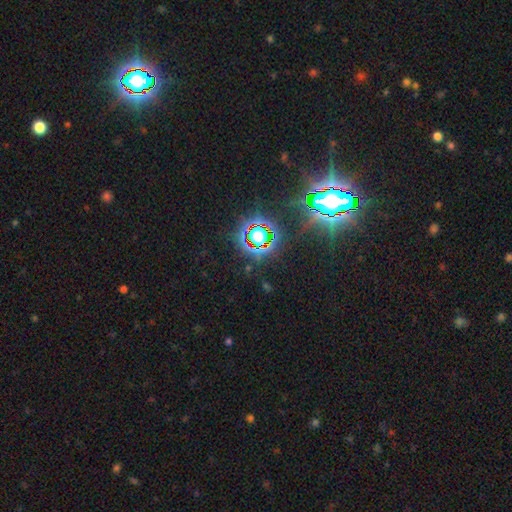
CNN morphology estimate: Smooth or featured? star or artifact (83%)